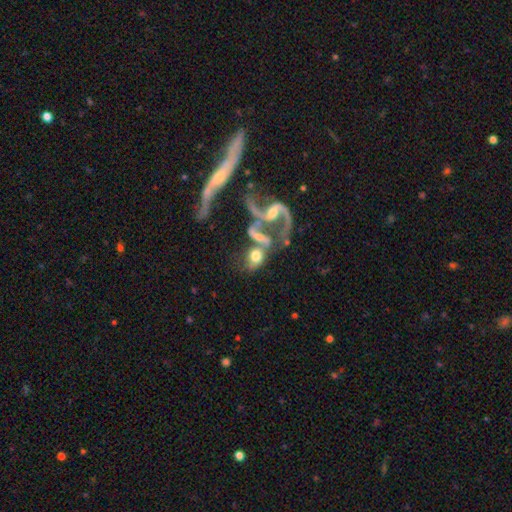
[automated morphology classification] The model was most divided on "smooth or featured": featured or disk: 52%, smooth: 38%, star or artifact: 10%. More confident: edge-on disk — no (95%); merging — merger (55%).